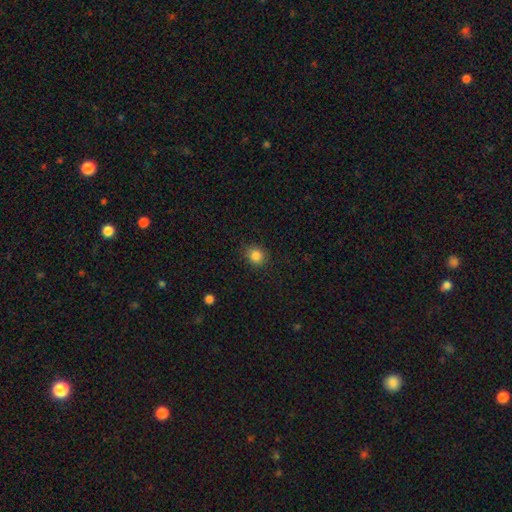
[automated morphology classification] smooth 84%, star or artifact 11%, featured or disk 5%. Down the decision tree: how rounded — round (78%); merging — none (85%).